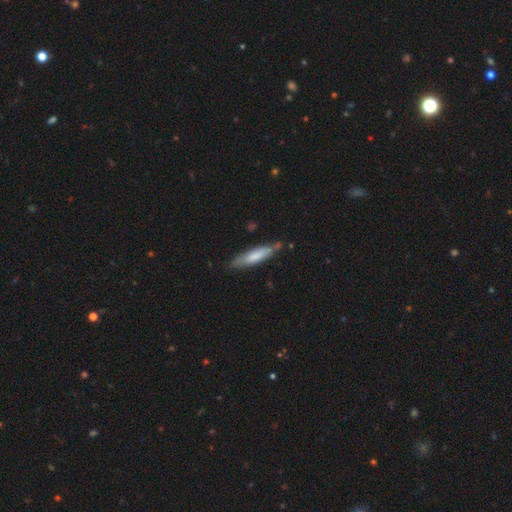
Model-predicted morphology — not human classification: Overall: smooth (67%; featured or disk 28%). How rounded: cigar-shaped (81%). Merging: none (74%).